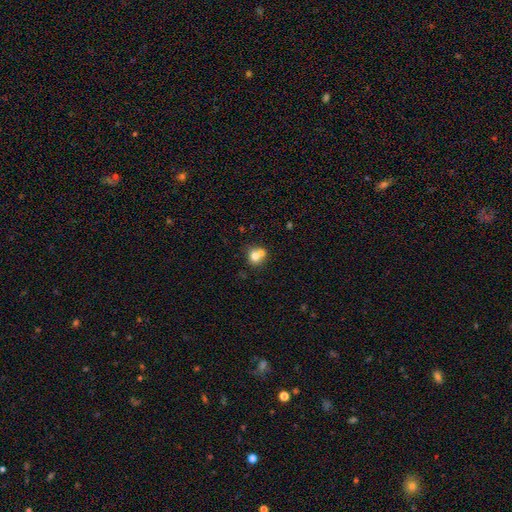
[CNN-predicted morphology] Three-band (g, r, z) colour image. It shows a smooth galaxy with no disk features (72%) that is round (81%). Merging: merger (54%).